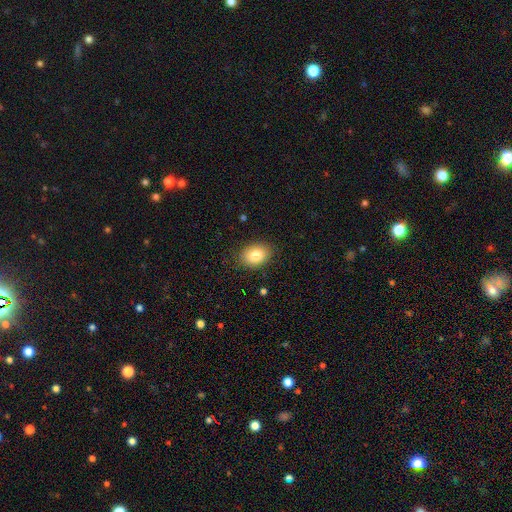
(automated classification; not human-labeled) This is clearly a smooth galaxy (83%). How rounded: likely in between (72%). Merging: clearly none (86%).